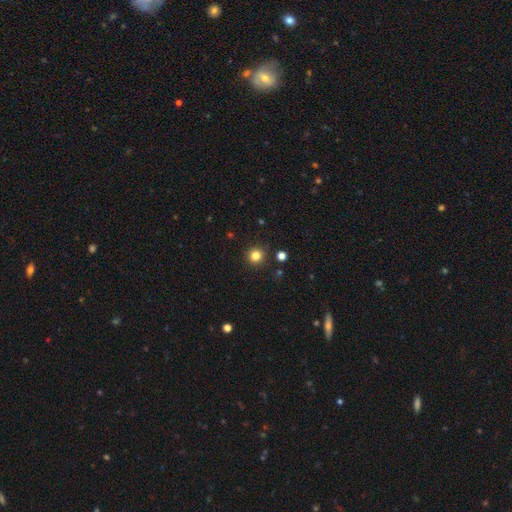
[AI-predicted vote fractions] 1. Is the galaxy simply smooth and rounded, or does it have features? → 82% smooth, 13% star or artifact, 5% featured or disk.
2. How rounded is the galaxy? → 93% round, 6% in between, 1% cigar-shaped.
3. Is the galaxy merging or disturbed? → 90% none, 6% minor disturbance, 2% major disturbance, 2% merger.